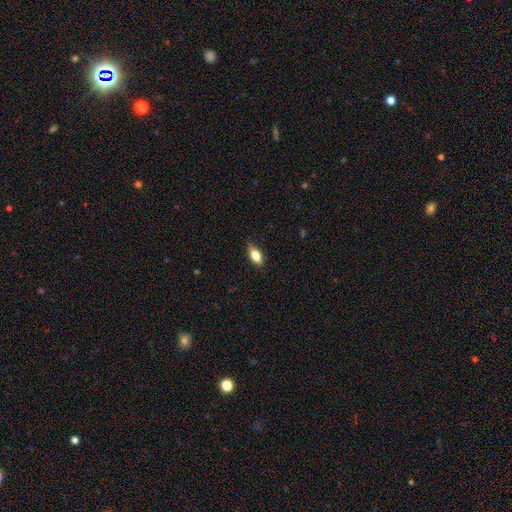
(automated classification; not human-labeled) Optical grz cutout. It shows a smooth galaxy with no disk features (79%) that is in between round and cigar-shaped (85%). Merging: none (82%).